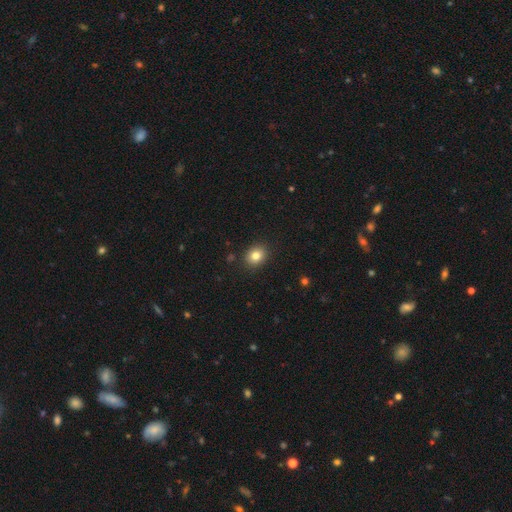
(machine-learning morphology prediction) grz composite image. It shows a smooth galaxy with no disk features (82%) that is round (56%). Merging: none (89%).